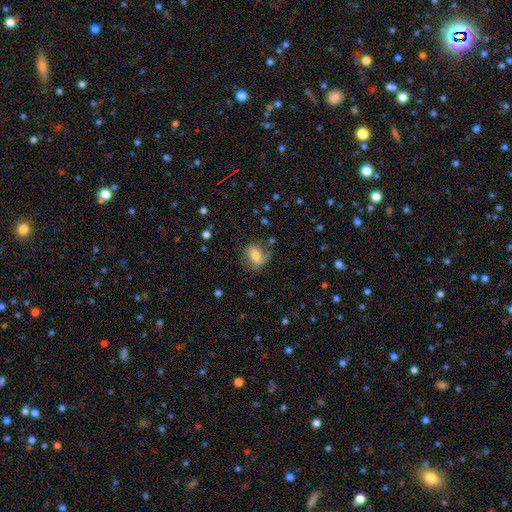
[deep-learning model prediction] Morphology: type=smooth (47%); merging=none (62%).